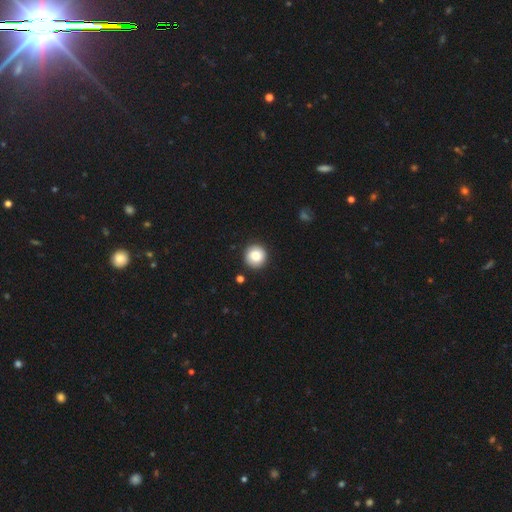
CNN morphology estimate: This is clearly a smooth galaxy (84%). How rounded: clearly round (95%). Merging: clearly none (90%).